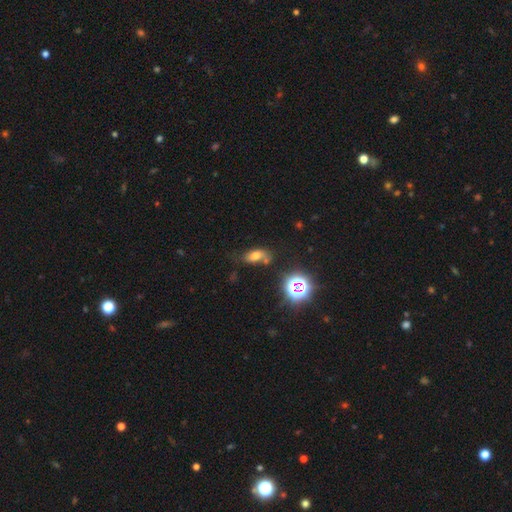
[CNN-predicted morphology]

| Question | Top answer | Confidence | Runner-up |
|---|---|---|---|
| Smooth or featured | smooth | 65% | star or artifact (19%) |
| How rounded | in between | 83% | round (11%) |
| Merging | none | 54% | minor disturbance (22%) |